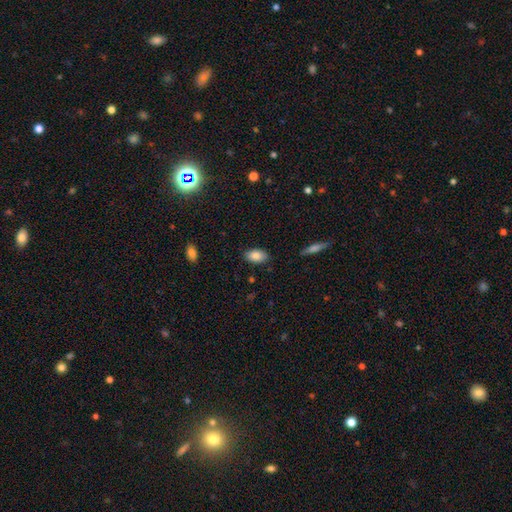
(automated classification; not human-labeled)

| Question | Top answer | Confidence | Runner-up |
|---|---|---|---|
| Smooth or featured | smooth | 84% | featured or disk (9%) |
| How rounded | in between | 92% | round (6%) |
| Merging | none | 85% | minor disturbance (11%) |